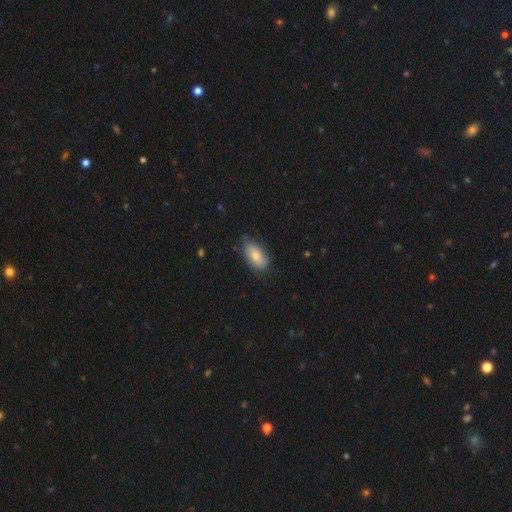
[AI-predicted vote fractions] Morphology: type=smooth (77%); roundness=in between (92%); merging=none (73%).